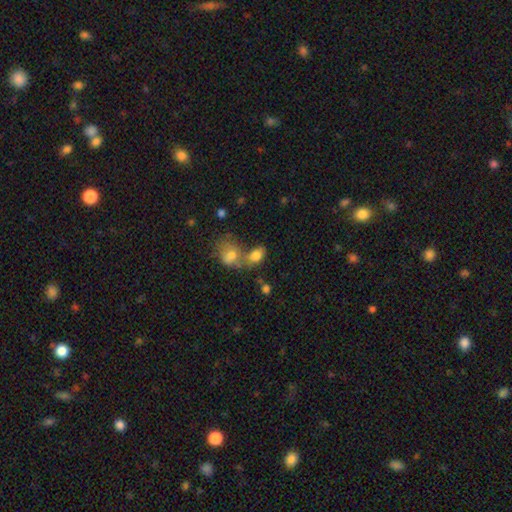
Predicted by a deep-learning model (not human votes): Smooth or featured? smooth (79%)
How rounded? in between (76%)
Merging? merger (49%)